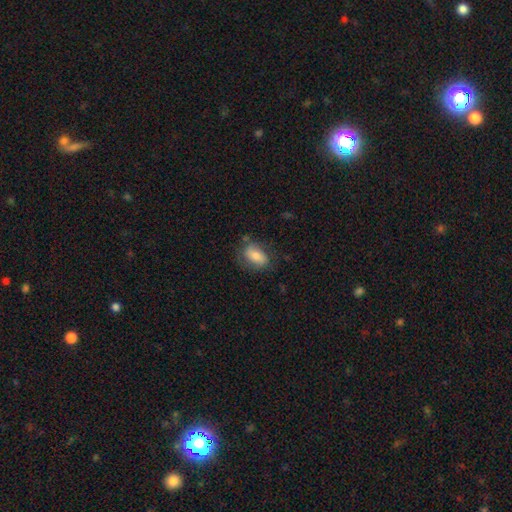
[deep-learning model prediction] Smooth or featured?
  - smooth: 70% *
  - featured or disk: 22%
  - star or artifact: 7%
How rounded?
  - in between: 86% *
  - round: 11%
  - cigar-shaped: 3%
Merging?
  - none: 66% *
  - minor disturbance: 22%
  - major disturbance: 9%
  - merger: 3%